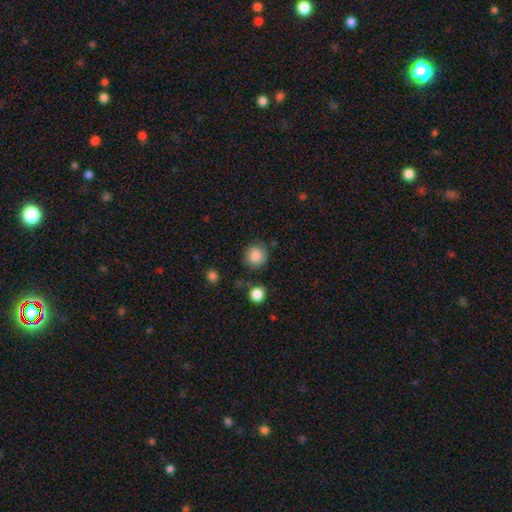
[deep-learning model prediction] Smooth or featured? Predicted: smooth (p=0.86). How rounded? Predicted: round (p=0.91). Merging? Predicted: none (p=0.80).